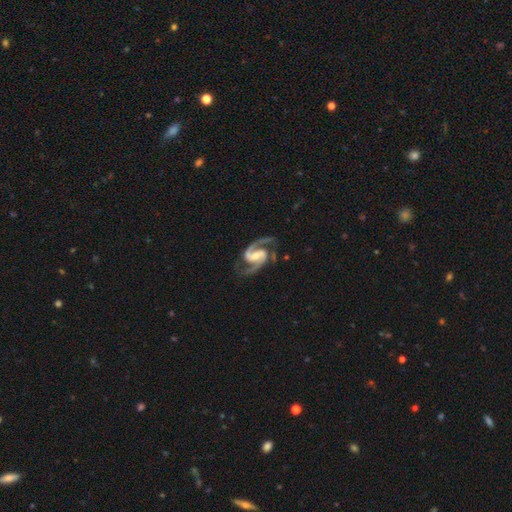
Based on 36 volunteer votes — Morphology: type=featured or disk (86%); edge-on=no (97%); bar=weak (70%); spiral arms=yes (90%); winding=medium (78%); arm count=2 (100%); bulge=moderate (50%); merging=none (85%).